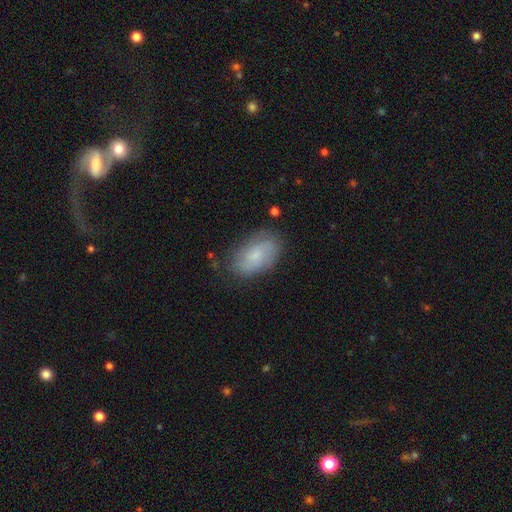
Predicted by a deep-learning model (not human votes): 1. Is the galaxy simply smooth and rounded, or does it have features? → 53% smooth, 39% featured or disk, 8% star or artifact.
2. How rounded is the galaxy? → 91% in between, 7% round, 2% cigar-shaped.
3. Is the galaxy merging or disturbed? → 73% none, 20% minor disturbance, 6% major disturbance, 2% merger.